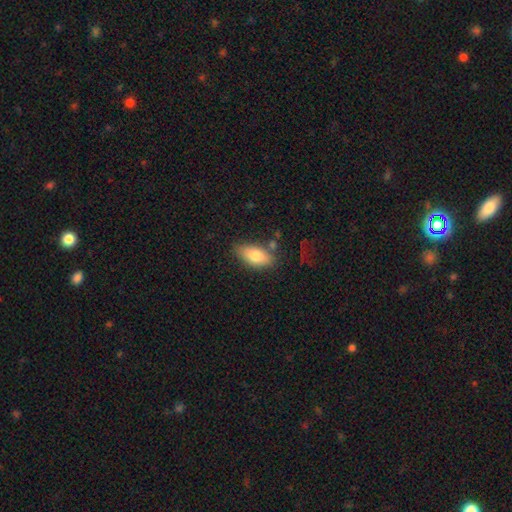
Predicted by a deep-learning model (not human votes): smooth_or_featured: smooth (p=0.78) [alt: featured or disk p=0.15]
how_rounded: in between (p=0.89) [alt: cigar-shaped p=0.08]
merging: none (p=0.73) [alt: minor disturbance p=0.17]